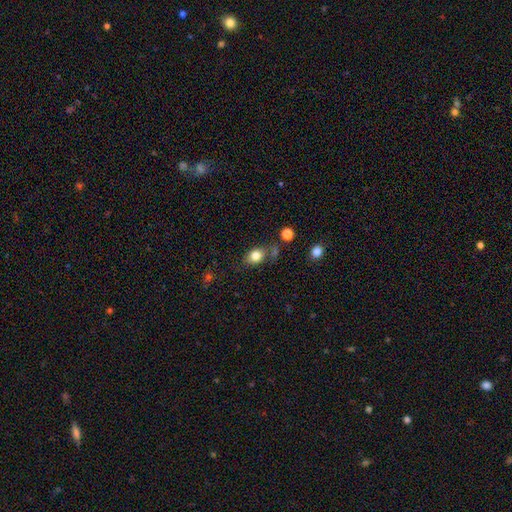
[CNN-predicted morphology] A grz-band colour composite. It shows a smooth galaxy with no disk features (81%) that is in between round and cigar-shaped (63%). Merging: none (65%).